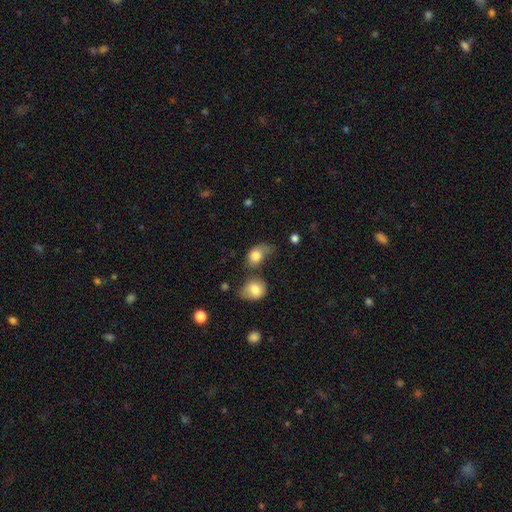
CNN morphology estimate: Smooth or featured? Predicted: smooth (p=0.79). How rounded? Predicted: in between (p=0.66). Merging? Predicted: minor disturbance (p=0.30).